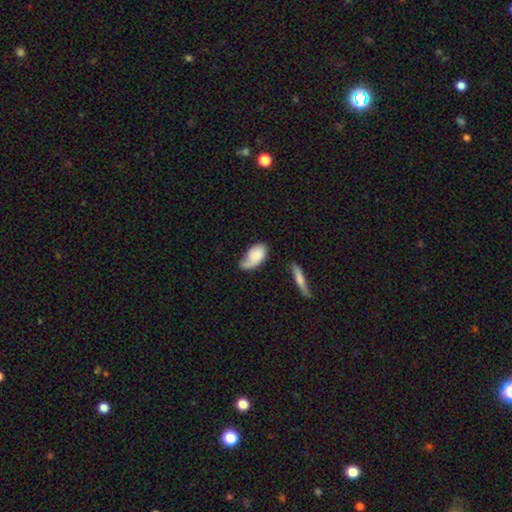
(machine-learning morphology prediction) A smooth galaxy with no disk features (72%) that is in between round and cigar-shaped (92%).

Vote fractions:
- Smooth or featured? smooth: 72% / featured or disk: 22% / star or artifact: 7%
- How rounded? in between: 92% / round: 5% / cigar-shaped: 3%
- Merging? minor disturbance: 36% (tied) / none: 36% (tied) / major disturbance: 20% / merger: 8%